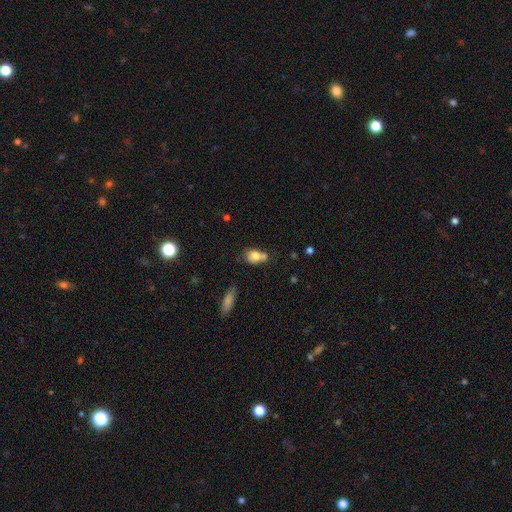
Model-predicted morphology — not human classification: Overall: smooth (76%). How rounded: in between (63%; round 35%). Merging: none (40%; merger 36%).